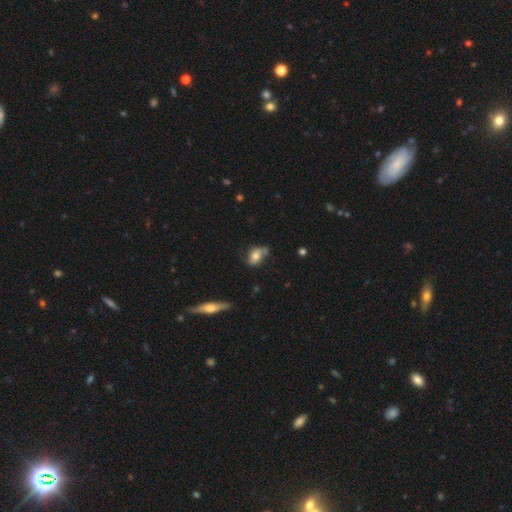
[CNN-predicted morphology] The model was most divided on "merging": none: 46%, minor disturbance: 34%, major disturbance: 13%, merger: 7%. More confident: how rounded — in between (82%); smooth or featured — smooth (53%).